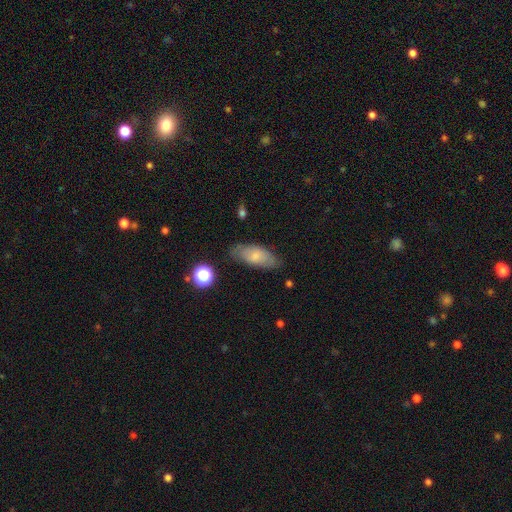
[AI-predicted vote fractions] Smooth or featured? Predicted: smooth (p=0.73). How rounded? Predicted: in between (p=0.82). Merging? Predicted: none (p=0.75).